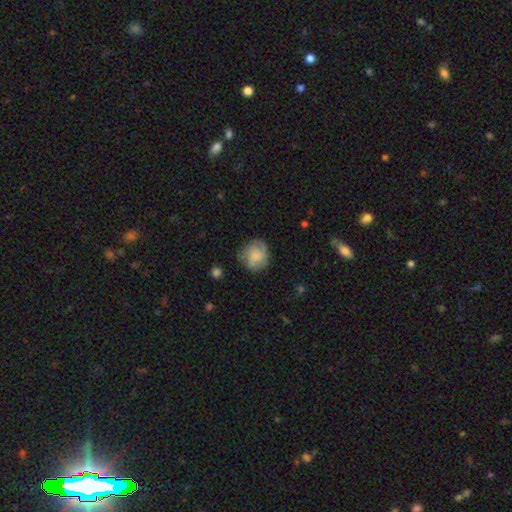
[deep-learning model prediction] smooth-or-featured: smooth: 63% | featured or disk: 29% | star or artifact: 8%
  how-rounded: round: 81% | in between: 18% | cigar-shaped: 1%
  merging: none: 71% | minor disturbance: 20% | major disturbance: 8% | merger: 2%